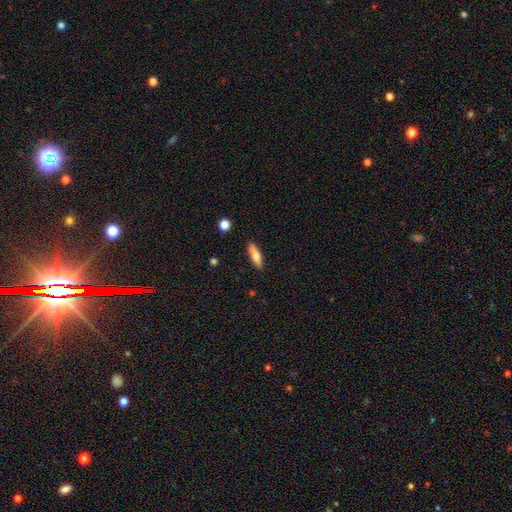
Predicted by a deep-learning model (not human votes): Smooth or featured: smooth — 69% (featured or disk — 24%)
How rounded: cigar-shaped — 52% (in between — 46%)
Merging: none — 83% (minor disturbance — 12%)